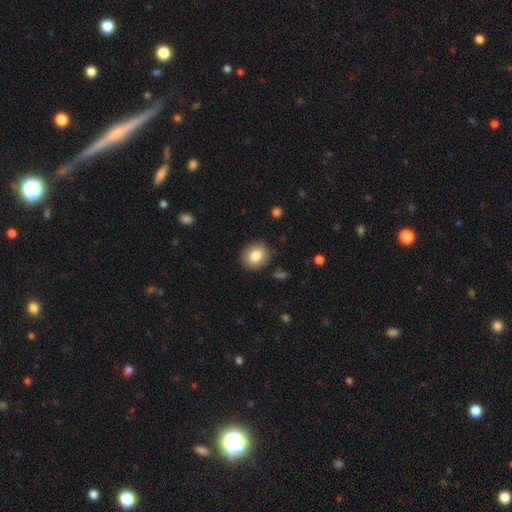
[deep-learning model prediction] A smooth galaxy with no disk features (83%) that is round (62%).

Vote fractions:
- Smooth or featured? smooth: 83% / featured or disk: 9% / star or artifact: 8%
- How rounded? round: 62% / in between: 37% / cigar-shaped: 1%
- Merging? none: 87% / minor disturbance: 9% / major disturbance: 3% / merger: 1%